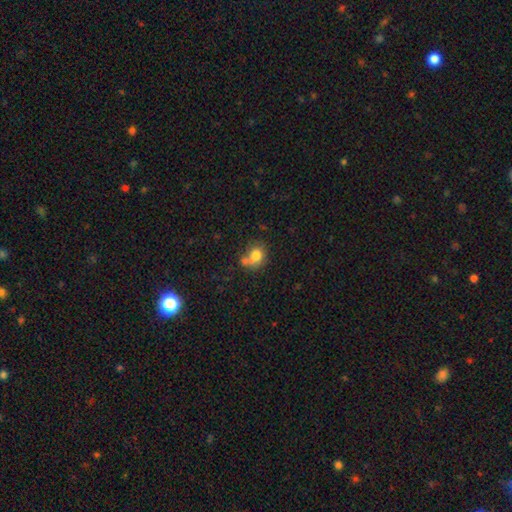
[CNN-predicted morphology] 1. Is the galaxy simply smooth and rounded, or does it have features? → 73% smooth, 15% featured or disk, 11% star or artifact.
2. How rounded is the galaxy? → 68% round, 31% in between, 1% cigar-shaped.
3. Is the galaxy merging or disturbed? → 43% merger, 39% none, 12% minor disturbance, 5% major disturbance.